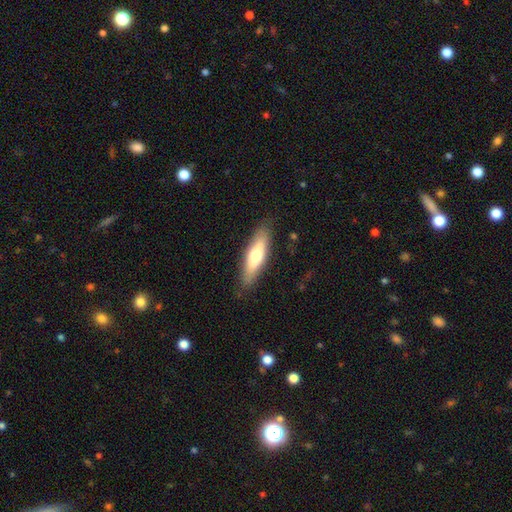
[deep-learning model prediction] This appears to be a smooth galaxy with no disk features (60%) that is cigar-shaped (61%). Merging: none (85%).